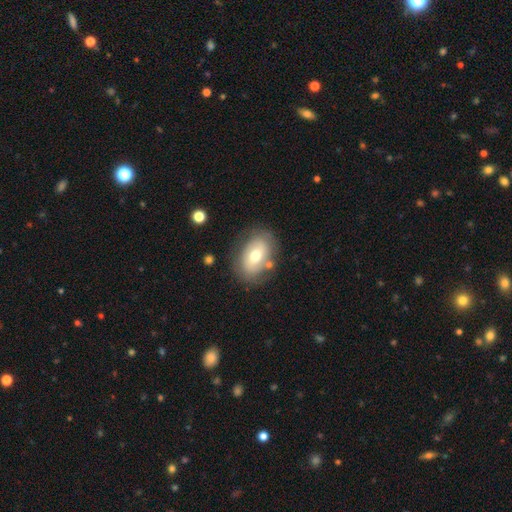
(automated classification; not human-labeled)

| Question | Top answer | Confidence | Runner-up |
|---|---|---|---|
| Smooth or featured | smooth | 62% | featured or disk (31%) |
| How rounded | in between | 83% | round (16%) |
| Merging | none | 75% | minor disturbance (15%) |